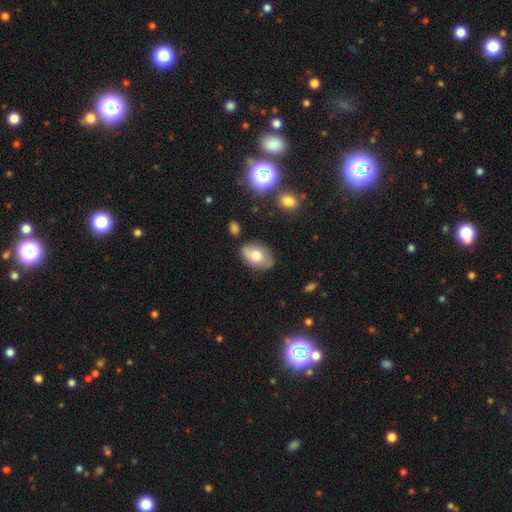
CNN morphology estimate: smooth 66%, featured or disk 26%, star or artifact 8%. Down the decision tree: how rounded — in between (86%); merging — none (75%).